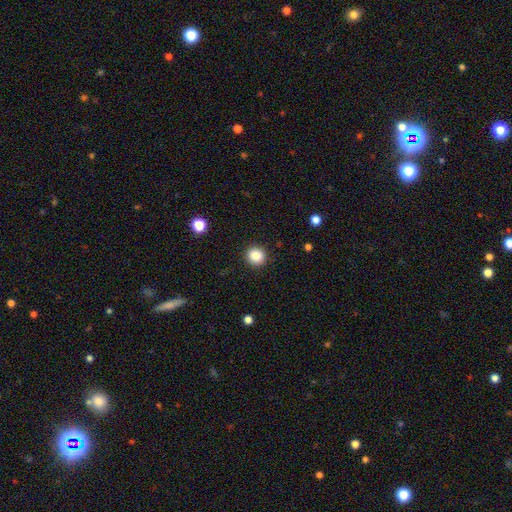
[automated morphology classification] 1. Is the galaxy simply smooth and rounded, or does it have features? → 87% smooth, 10% star or artifact, 3% featured or disk.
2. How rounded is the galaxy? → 92% round, 7% in between, 1% cigar-shaped.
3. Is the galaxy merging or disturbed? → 91% none, 6% minor disturbance, 2% major disturbance, 1% merger.